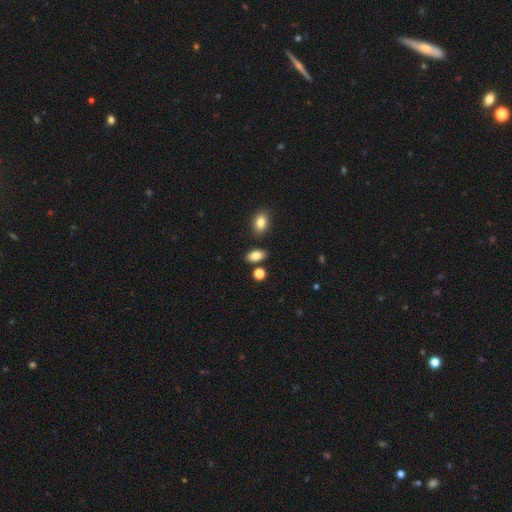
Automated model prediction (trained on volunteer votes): Q: Smooth or featured?
A: smooth (84%); runner-up: star or artifact (9%)
Q: How rounded?
A: in between (88%); runner-up: round (9%)
Q: Merging?
A: none (81%); runner-up: minor disturbance (10%)